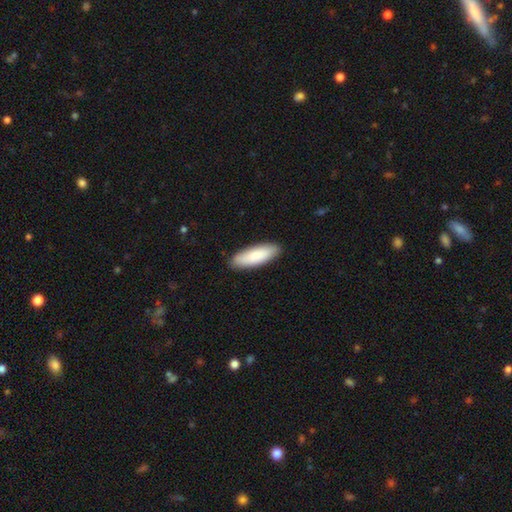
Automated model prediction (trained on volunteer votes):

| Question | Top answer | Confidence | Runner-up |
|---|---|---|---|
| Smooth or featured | smooth | 87% | featured or disk (8%) |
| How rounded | in between | 56% | cigar-shaped (42%) |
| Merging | none | 89% | minor disturbance (9%) |